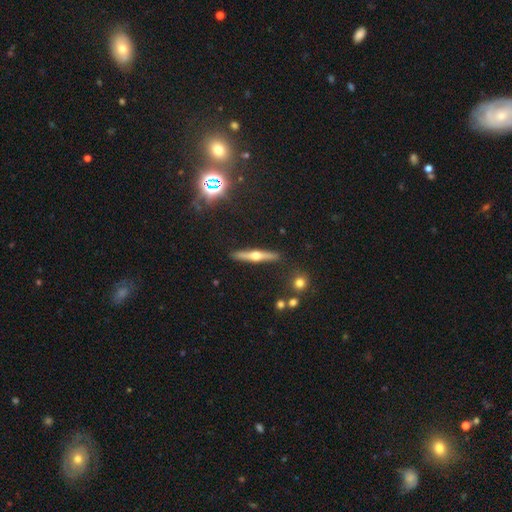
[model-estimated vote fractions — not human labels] Morphology: type=featured or disk (66%); edge-on=yes (96%); edge-on bulge=rounded (94%); merging=none (90%).